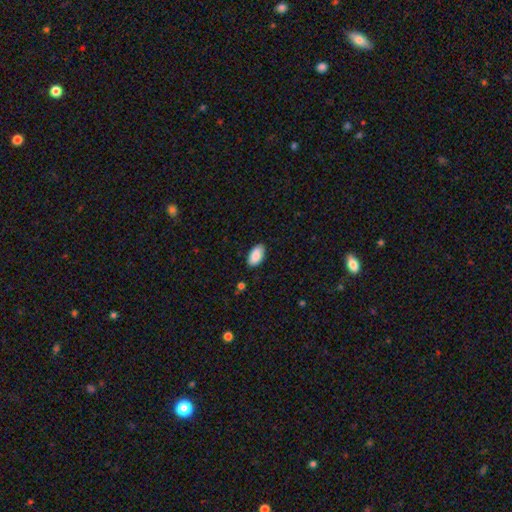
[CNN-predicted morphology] This is clearly a smooth galaxy (88%). How rounded: clearly in between (95%). Merging: clearly none (86%).